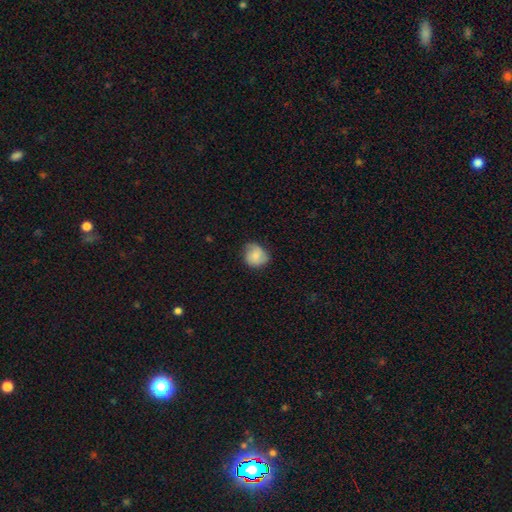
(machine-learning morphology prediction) type=smooth (74%); roundness=round (74%); merging=none (64%).